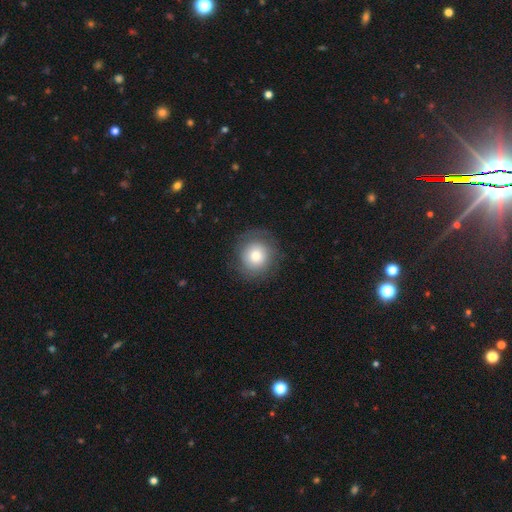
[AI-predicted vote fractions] Smooth or featured?
  - smooth: 73% *
  - featured or disk: 18%
  - star or artifact: 9%
How rounded?
  - round: 92% *
  - in between: 7%
  - cigar-shaped: 1%
Merging?
  - none: 81% *
  - minor disturbance: 12%
  - major disturbance: 6%
  - merger: 1%